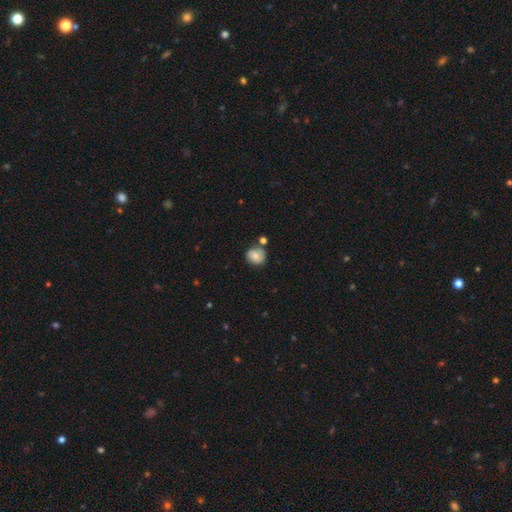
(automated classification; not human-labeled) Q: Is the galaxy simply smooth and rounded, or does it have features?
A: smooth — 65%.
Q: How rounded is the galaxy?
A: round — 79%.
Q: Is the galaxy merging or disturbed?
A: none — 66%.